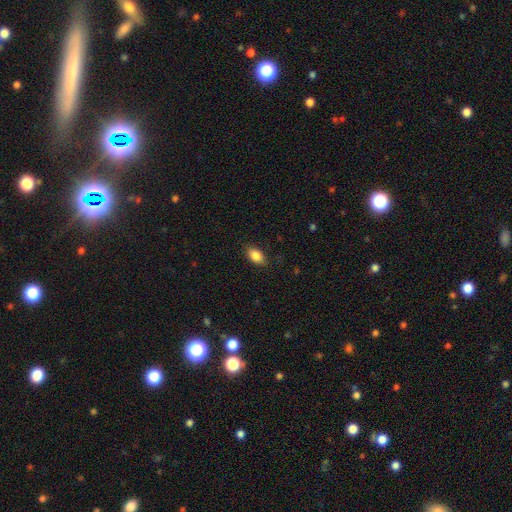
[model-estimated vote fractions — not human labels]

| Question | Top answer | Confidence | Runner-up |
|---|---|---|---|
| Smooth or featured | smooth | 86% | star or artifact (8%) |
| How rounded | in between | 90% | round (8%) |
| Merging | none | 86% | minor disturbance (11%) |